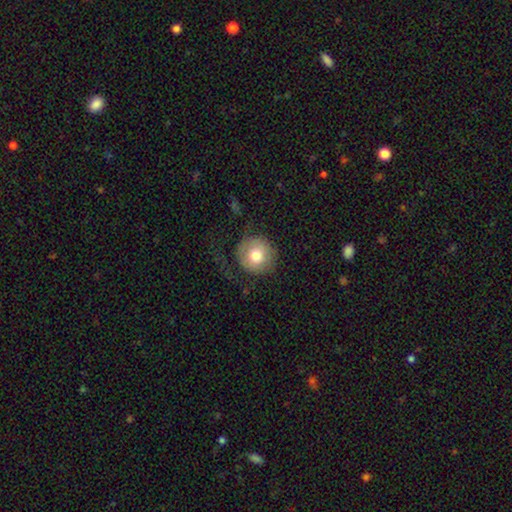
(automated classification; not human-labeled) Overall: smooth (71%). How rounded: round (93%). Merging: none (64%).